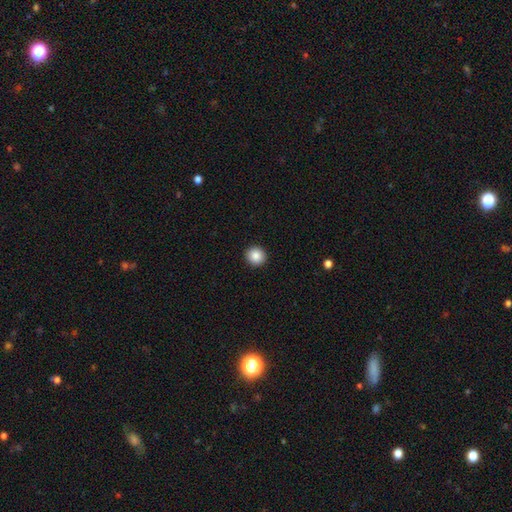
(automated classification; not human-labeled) A smooth galaxy with no disk features (88%) that is round (93%).

Vote fractions:
- Smooth or featured? smooth: 88% / star or artifact: 9% / featured or disk: 4%
- How rounded? round: 93% / in between: 6% / cigar-shaped: 1%
- Merging? none: 93% / minor disturbance: 4% / major disturbance: 2% / merger: 1%